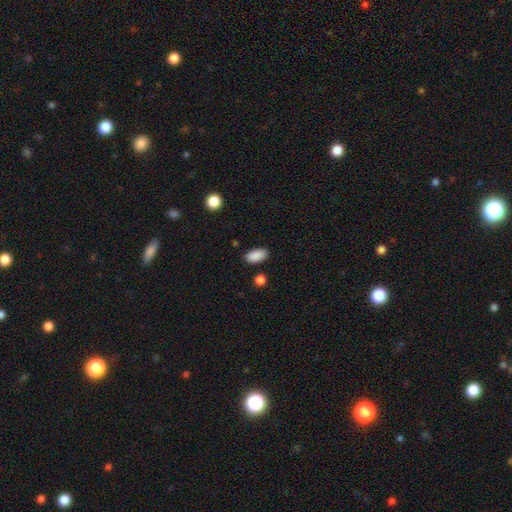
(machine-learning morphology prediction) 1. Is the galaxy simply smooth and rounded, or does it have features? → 89% smooth, 7% star or artifact, 3% featured or disk.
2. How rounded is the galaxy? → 92% in between, 4% cigar-shaped, 4% round.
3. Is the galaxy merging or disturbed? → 85% none, 10% minor disturbance, 3% merger, 2% major disturbance.